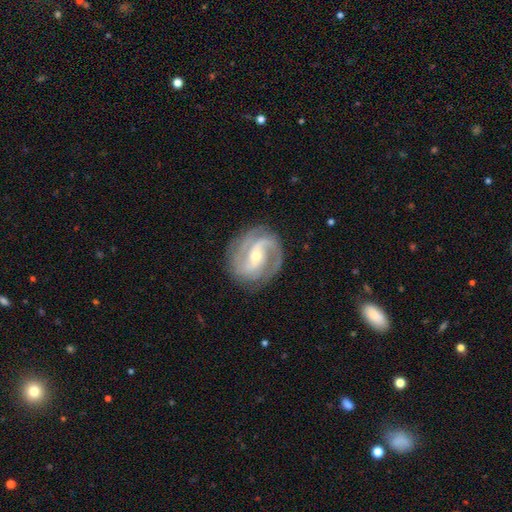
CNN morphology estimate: Q: Smooth or featured?
A: featured or disk (90%); runner-up: smooth (5%)
Q: Edge-on disk?
A: no (97%); runner-up: yes (3%)
Q: Bar?
A: weak (41%); runner-up: strong (34%)
Q: Spiral arms?
A: yes (98%); runner-up: no (2%)
Q: Spiral winding?
A: medium (48%); runner-up: tight (39%)
Q: Spiral arm count?
A: 2 (67%); runner-up: 3 (18%)
Q: Bulge size?
A: small (52%); runner-up: moderate (45%)
Q: Merging?
A: none (81%); runner-up: minor disturbance (13%)